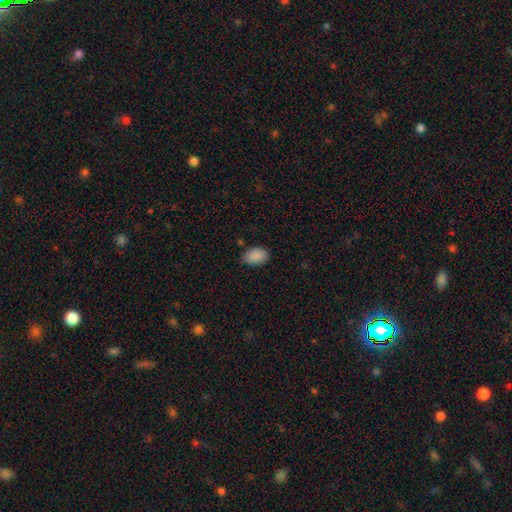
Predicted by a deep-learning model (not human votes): smooth_or_featured: smooth (p=0.90) [alt: star or artifact p=0.07]
how_rounded: in between (p=0.86) [alt: round p=0.13]
merging: none (p=0.82) [alt: minor disturbance p=0.14]